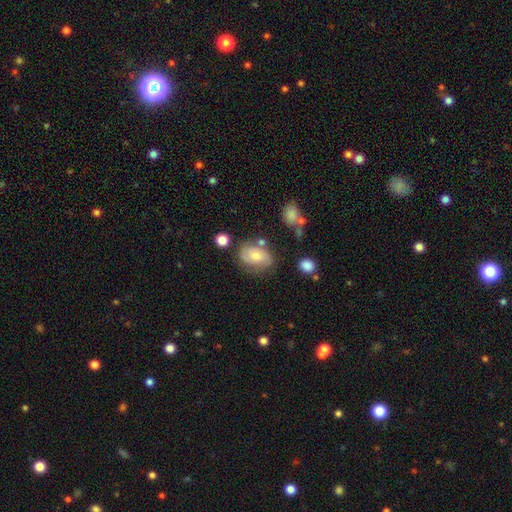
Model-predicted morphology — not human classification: smooth 49%, featured or disk 43%, star or artifact 8%. Down the decision tree: merging — none (57%).